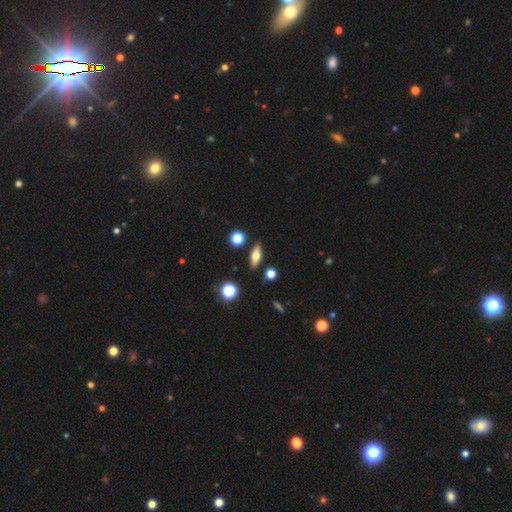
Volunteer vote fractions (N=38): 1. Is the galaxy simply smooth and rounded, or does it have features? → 55% smooth, 39% featured or disk, 5% star or artifact.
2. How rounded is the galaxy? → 57% in between, 38% cigar-shaped, 5% round.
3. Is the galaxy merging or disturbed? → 86% none, 8% minor disturbance, 3% major disturbance, 3% merger.